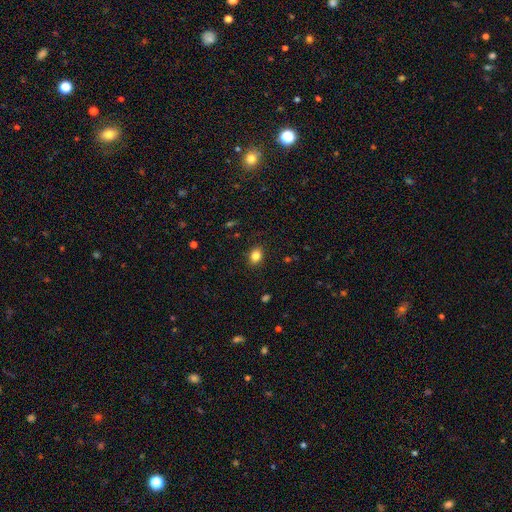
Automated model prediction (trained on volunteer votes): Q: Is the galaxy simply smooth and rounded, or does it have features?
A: smooth — 84%.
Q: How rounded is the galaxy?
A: in between — 65%.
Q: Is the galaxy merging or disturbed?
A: none — 88%.